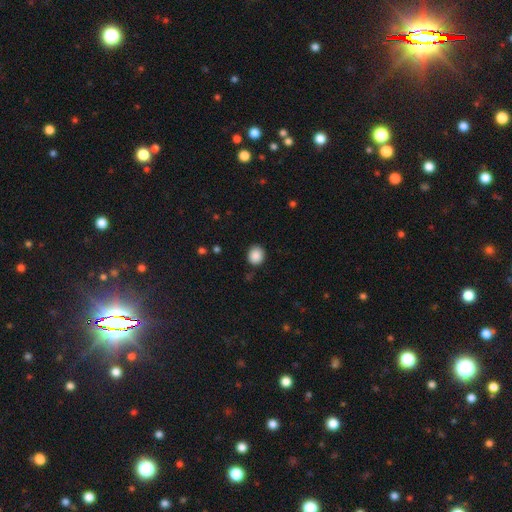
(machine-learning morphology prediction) Q: Smooth or featured?
A: smooth (88%); runner-up: star or artifact (9%)
Q: How rounded?
A: round (74%); runner-up: in between (25%)
Q: Merging?
A: none (86%); runner-up: minor disturbance (10%)